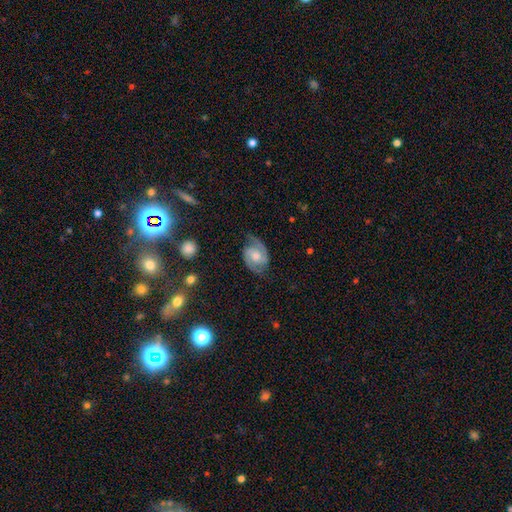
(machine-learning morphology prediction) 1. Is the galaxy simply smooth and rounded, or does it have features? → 84% featured or disk, 11% smooth, 6% star or artifact.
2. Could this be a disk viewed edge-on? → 98% no, 2% yes.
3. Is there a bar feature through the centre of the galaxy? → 57% no, 35% weak, 8% strong.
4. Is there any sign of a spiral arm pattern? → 97% yes, 3% no.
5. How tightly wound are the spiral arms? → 51% medium, 34% tight, 15% loose.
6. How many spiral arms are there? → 92% 2, 3% can't tell, 2% 1, 1% 3, 1% 4, 1% more than 4.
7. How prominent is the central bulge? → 64% moderate, 22% small, 9% large, 4% none, 1% dominant.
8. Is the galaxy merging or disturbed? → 74% none, 18% minor disturbance, 6% major disturbance, 1% merger.